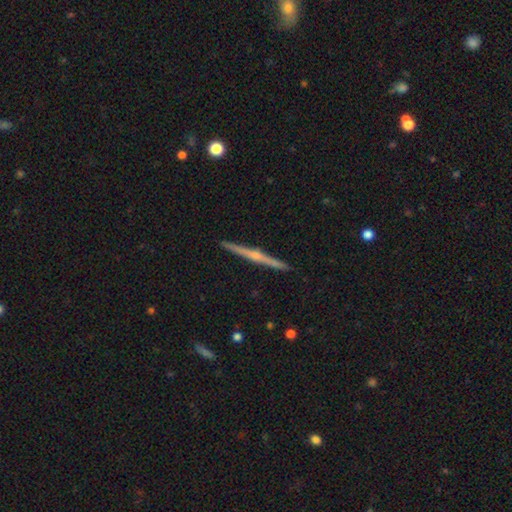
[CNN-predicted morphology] Smooth or featured: featured or disk — 80% (smooth — 15%)
Edge-on disk: yes — 99% (no — 1%)
Edge-on bulge: rounded — 79% (none — 14%)
Merging: none — 93% (minor disturbance — 5%)